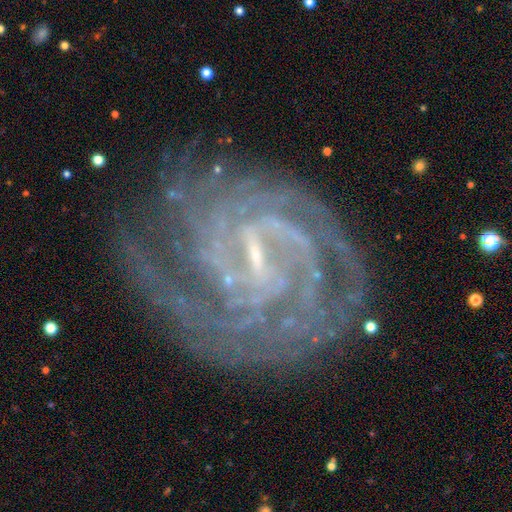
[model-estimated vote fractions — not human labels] Smooth or featured: featured or disk — 88% (star or artifact — 7%)
Edge-on disk: no — 97% (yes — 3%)
Bar: weak — 45% (strong — 40%)
Spiral arms: yes — 97% (no — 3%)
Spiral winding: tight — 70% (medium — 25%)
Spiral arm count: can't tell — 27% (2 — 19%)
Bulge size: small — 65% (none — 23%)
Merging: none — 71% (minor disturbance — 17%)